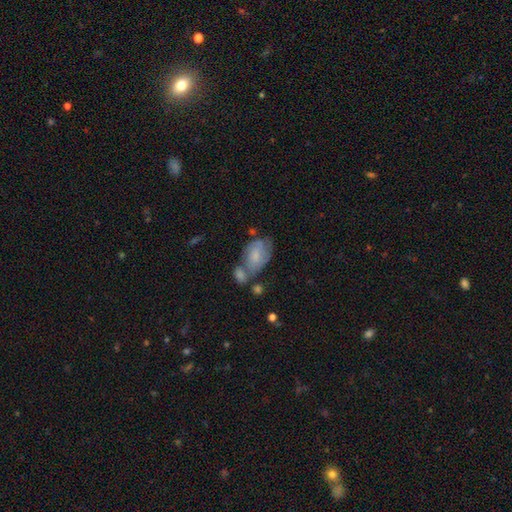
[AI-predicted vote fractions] This is possibly a smooth galaxy (57%). How rounded: clearly in between (88%). Merging: marginally merger (35%).